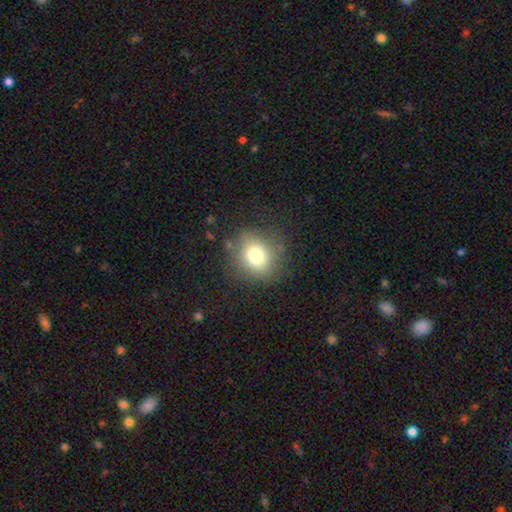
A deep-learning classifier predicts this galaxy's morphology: Smooth or featured: smooth — 75% (featured or disk — 13%)
How rounded: round — 76% (in between — 23%)
Merging: none — 78% (minor disturbance — 14%)